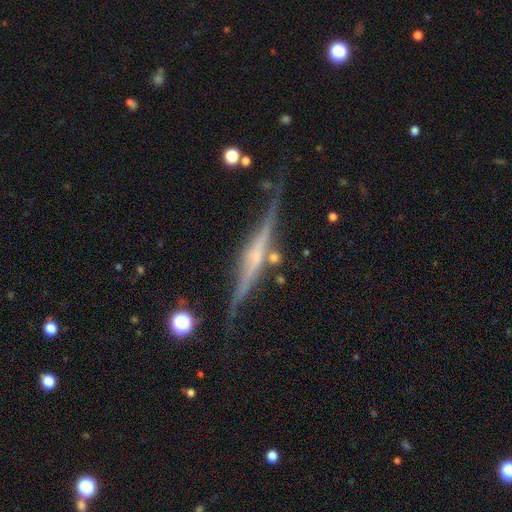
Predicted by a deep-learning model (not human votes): This appears to be a featured or disk galaxy (82%) viewed edge-on (97%) with a rounded central bulge (54%). Merging: none (80%).